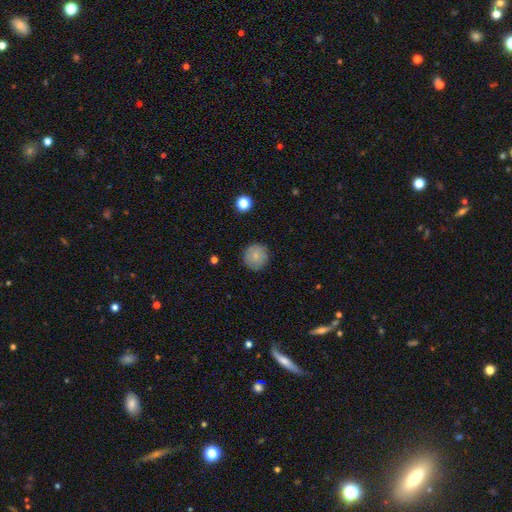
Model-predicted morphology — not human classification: This is likely a smooth galaxy (80%). How rounded: clearly round (95%). Merging: clearly none (87%).